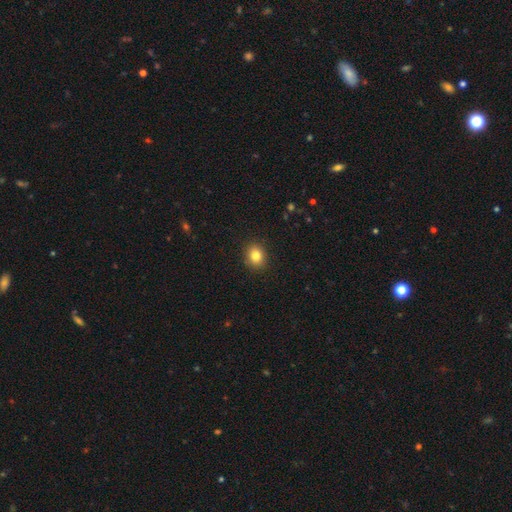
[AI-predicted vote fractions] Morphology: type=smooth (84%); roundness=round (61%); merging=none (90%).